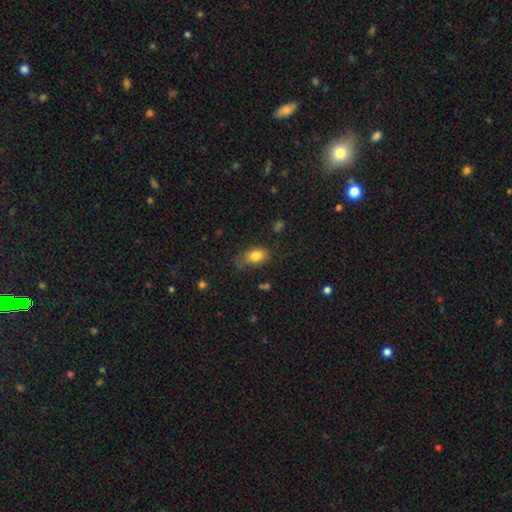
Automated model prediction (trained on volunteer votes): smooth_or_featured: smooth (p=0.82) [alt: star or artifact p=0.09]
how_rounded: in between (p=0.79) [alt: round p=0.20]
merging: none (p=0.65) [alt: minor disturbance p=0.25]